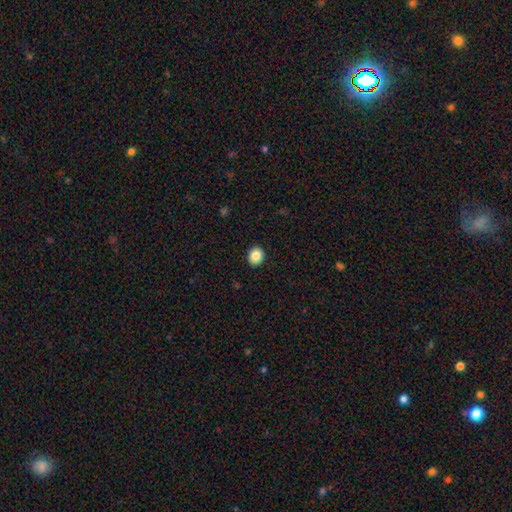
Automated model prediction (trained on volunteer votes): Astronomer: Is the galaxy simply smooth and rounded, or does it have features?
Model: smooth — 85%.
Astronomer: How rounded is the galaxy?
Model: round — 71%.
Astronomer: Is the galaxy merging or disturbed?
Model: none — 92%.